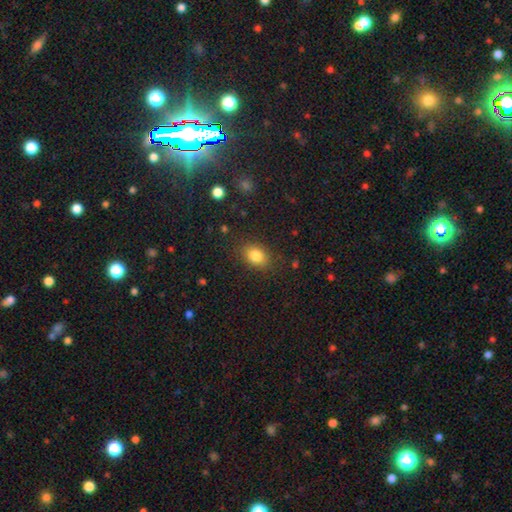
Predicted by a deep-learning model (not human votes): This is clearly a smooth galaxy (83%). How rounded: likely in between (73%). Merging: clearly none (84%).